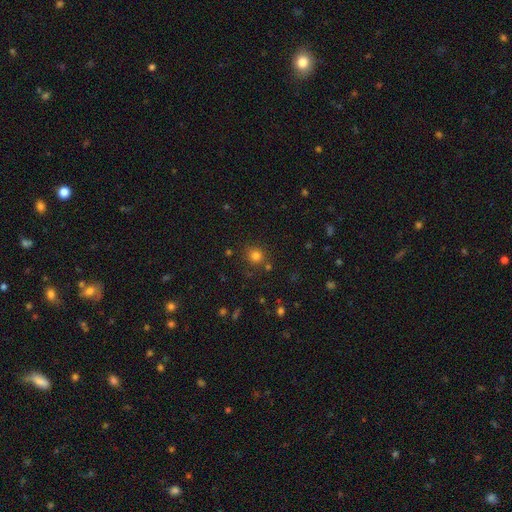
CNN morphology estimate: This appears to be a smooth galaxy with no disk features (78%) that is round (89%). Merging: none (81%).